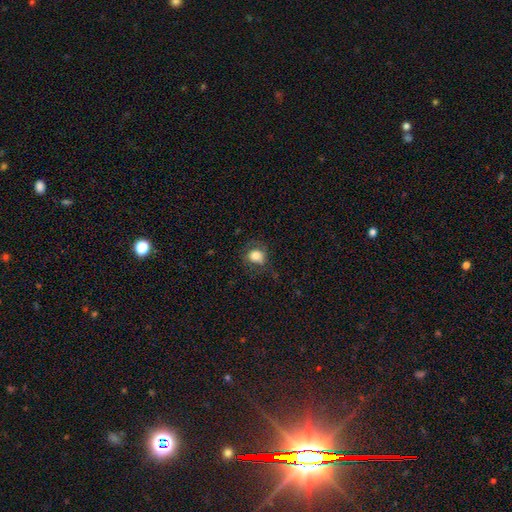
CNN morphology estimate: The model was most divided on "how rounded": round: 68%, in between: 31%, cigar-shaped: 1%. More confident: smooth or featured — smooth (79%); merging — none (67%).